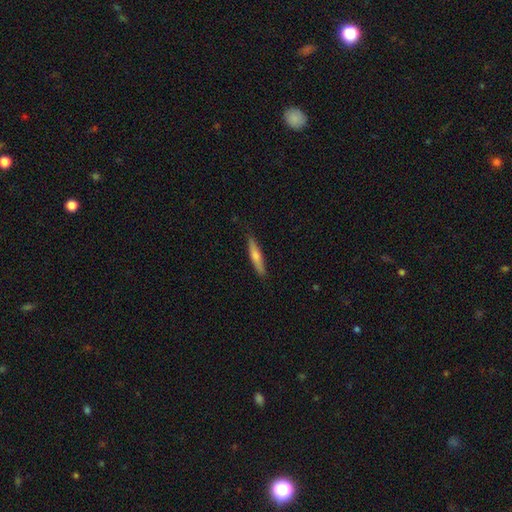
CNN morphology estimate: Smooth or featured? Predicted: smooth (p=0.63). How rounded? Predicted: cigar-shaped (p=0.87). Merging? Predicted: none (p=0.87).